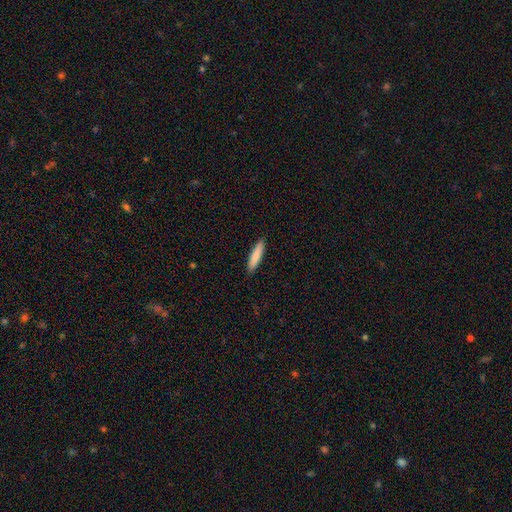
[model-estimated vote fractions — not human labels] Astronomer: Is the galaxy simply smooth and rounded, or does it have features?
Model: smooth — 86%.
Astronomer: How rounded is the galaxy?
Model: cigar-shaped — 83%.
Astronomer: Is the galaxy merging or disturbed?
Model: none — 91%.